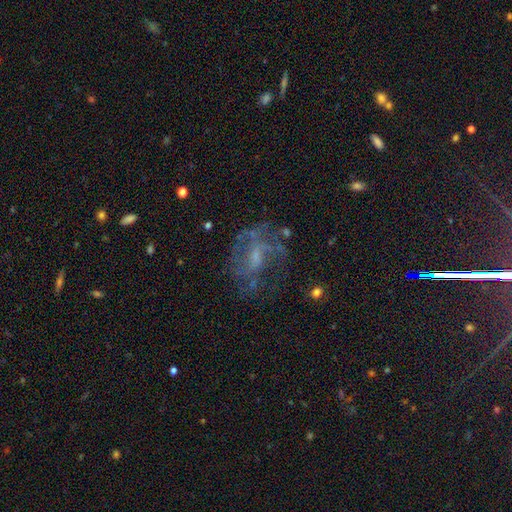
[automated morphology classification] The model was most divided on "bar": no: 48%, weak: 43%, strong: 10%. Remaining: edge-on disk — no (97%); smooth or featured — featured or disk (69%); spiral arms — yes (68%); merging — none (52%); bulge size — small (43%).